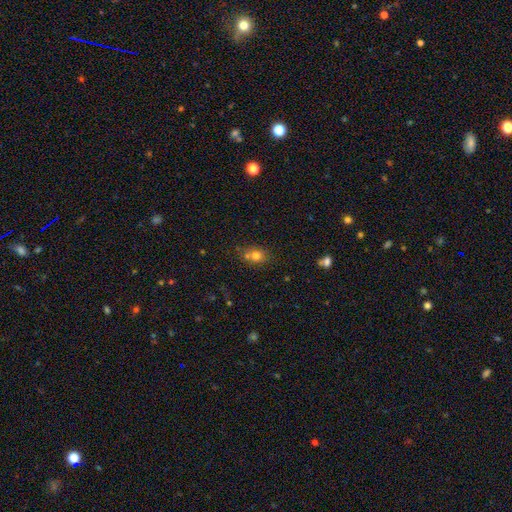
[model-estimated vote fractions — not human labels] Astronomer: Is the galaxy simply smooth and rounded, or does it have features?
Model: smooth — 72%.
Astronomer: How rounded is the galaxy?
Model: round — 55% (runner-up: in between, 44%).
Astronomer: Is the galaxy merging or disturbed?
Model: none — 56%.